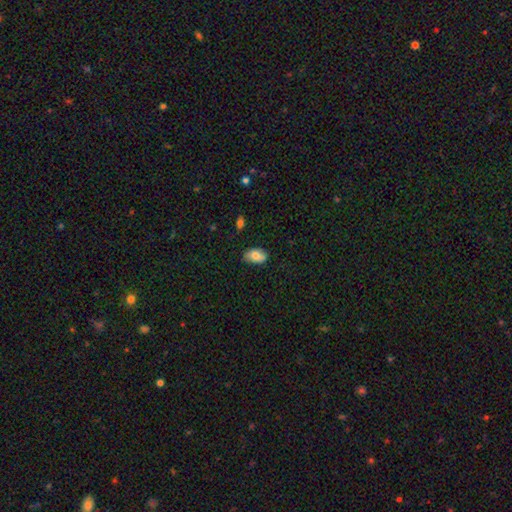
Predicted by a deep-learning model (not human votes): smooth-or-featured: smooth: 78% | featured or disk: 15% | star or artifact: 7%
  how-rounded: in between: 92% | round: 7% | cigar-shaped: 2%
  merging: none: 76% | minor disturbance: 20% | major disturbance: 3% | merger: 1%